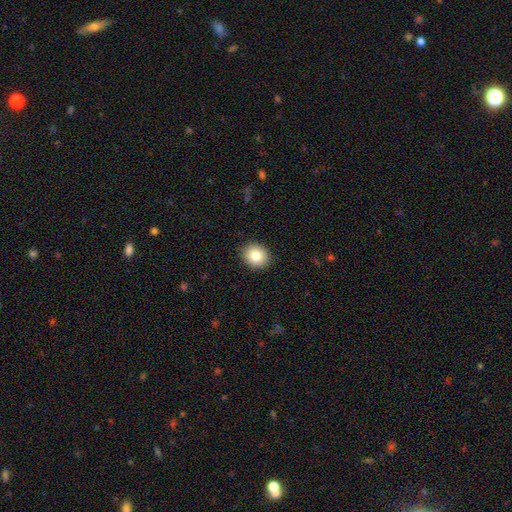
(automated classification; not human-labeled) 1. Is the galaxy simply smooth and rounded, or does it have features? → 82% smooth, 9% star or artifact, 8% featured or disk.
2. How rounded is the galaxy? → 70% round, 29% in between, 1% cigar-shaped.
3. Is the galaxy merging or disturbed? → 90% none, 7% minor disturbance, 2% major disturbance, 1% merger.